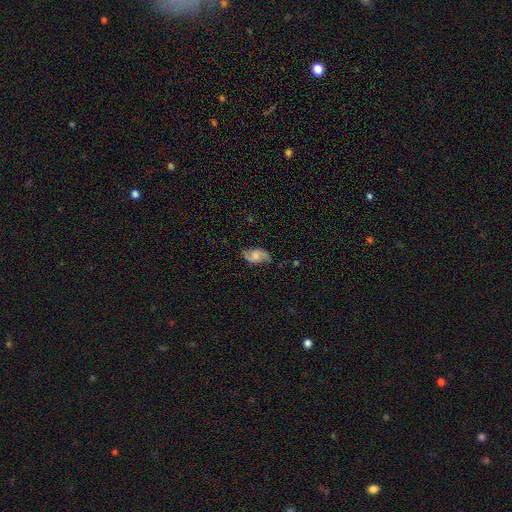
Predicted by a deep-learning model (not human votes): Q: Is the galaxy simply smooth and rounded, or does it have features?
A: featured or disk — 65%.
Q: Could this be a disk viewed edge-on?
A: no — 96%.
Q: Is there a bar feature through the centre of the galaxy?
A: no — 51%.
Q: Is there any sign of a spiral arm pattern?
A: yes — 93%.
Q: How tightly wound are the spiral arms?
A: loose — 51%.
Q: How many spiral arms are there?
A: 2 — 91%.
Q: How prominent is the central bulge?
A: none — 31%.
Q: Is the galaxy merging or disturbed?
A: none — 75%.